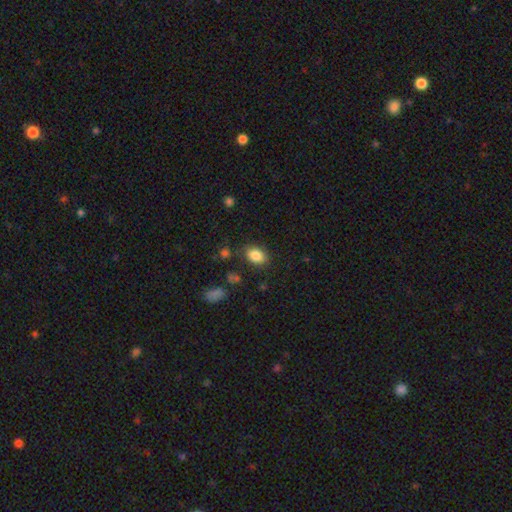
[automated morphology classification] Smooth or featured: smooth — 85% (star or artifact — 9%)
How rounded: in between — 82% (round — 16%)
Merging: none — 82% (minor disturbance — 12%)